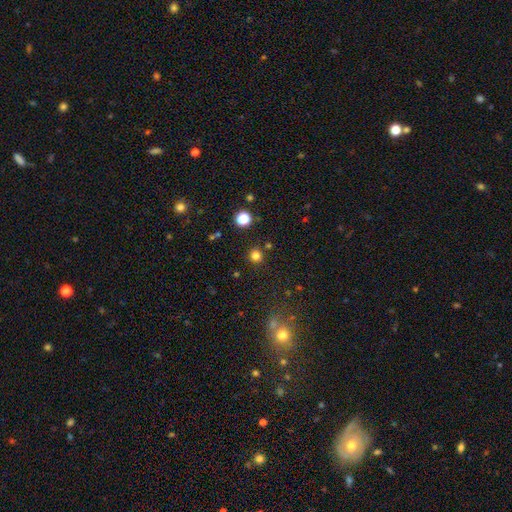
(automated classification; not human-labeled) Smooth or featured? Predicted: smooth (p=0.78). How rounded? Predicted: round (p=0.93). Merging? Predicted: none (p=0.88).